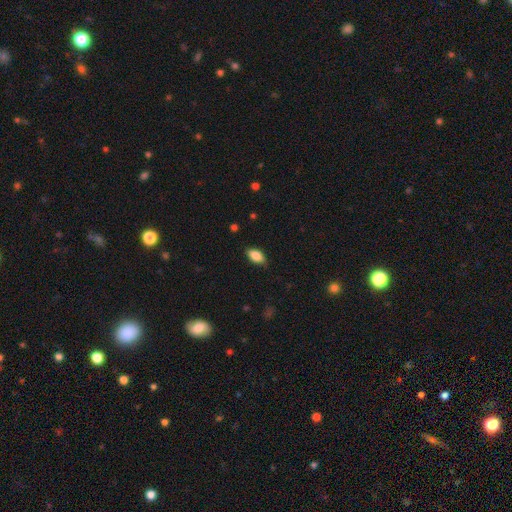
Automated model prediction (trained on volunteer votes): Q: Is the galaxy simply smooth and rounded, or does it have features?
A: smooth — 86%.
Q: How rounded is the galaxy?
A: in between — 91%.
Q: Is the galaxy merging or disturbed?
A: none — 83%.